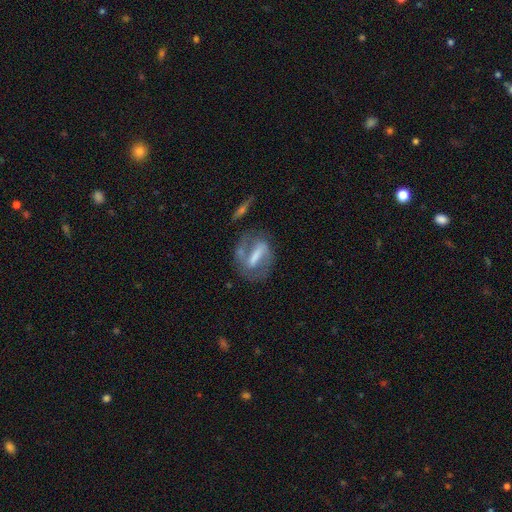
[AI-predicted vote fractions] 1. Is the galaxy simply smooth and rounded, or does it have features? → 67% featured or disk, 24% smooth, 9% star or artifact.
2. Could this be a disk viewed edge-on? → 87% no, 13% yes.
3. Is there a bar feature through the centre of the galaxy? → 67% strong, 22% weak, 12% no.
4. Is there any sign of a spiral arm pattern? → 60% yes, 40% no.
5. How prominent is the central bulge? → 34% none, 27% moderate, 23% small, 14% large, 3% dominant.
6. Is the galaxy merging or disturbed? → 58% none, 19% minor disturbance, 15% major disturbance, 9% merger.